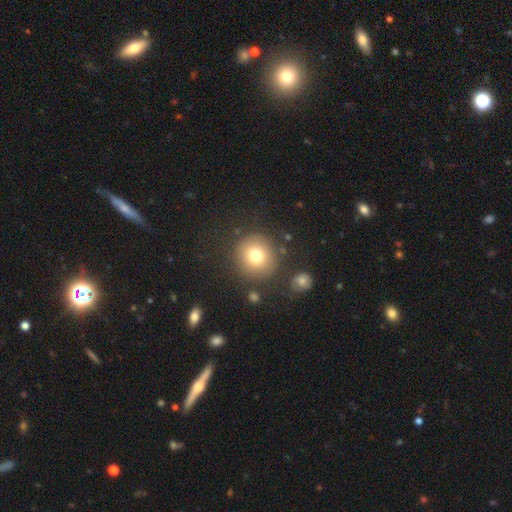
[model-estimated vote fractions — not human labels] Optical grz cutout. It shows a smooth galaxy with no disk features (77%) that is round (93%). Merging: none (84%).